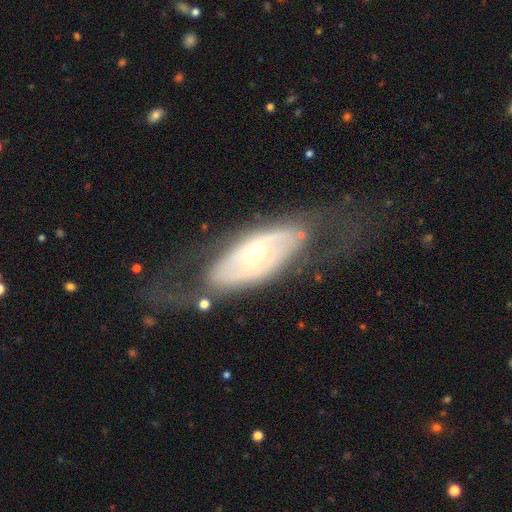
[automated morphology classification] Q: Smooth or featured?
A: featured or disk (70%); runner-up: smooth (24%)
Q: Edge-on disk?
A: no (84%); runner-up: yes (16%)
Q: Bar?
A: no (64%); runner-up: weak (23%)
Q: Spiral arms?
A: no (58%); runner-up: yes (42%)
Q: Bulge size?
A: moderate (67%); runner-up: small (20%)
Q: Merging?
A: none (58%); runner-up: major disturbance (21%)